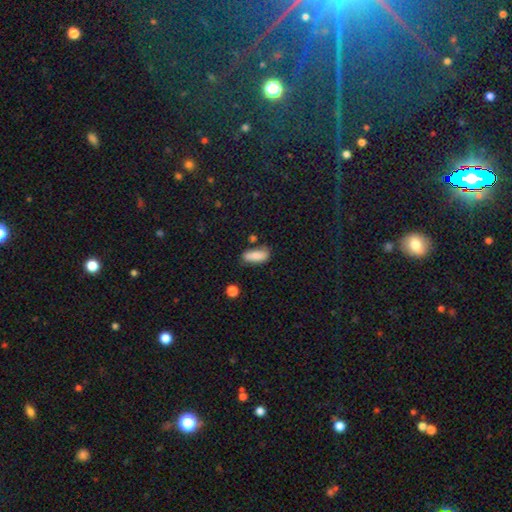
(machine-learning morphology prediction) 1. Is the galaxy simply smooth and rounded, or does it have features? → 83% smooth, 9% featured or disk, 7% star or artifact.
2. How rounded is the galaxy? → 76% in between, 21% cigar-shaped, 3% round.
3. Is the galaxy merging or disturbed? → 67% none, 21% minor disturbance, 7% merger, 5% major disturbance.